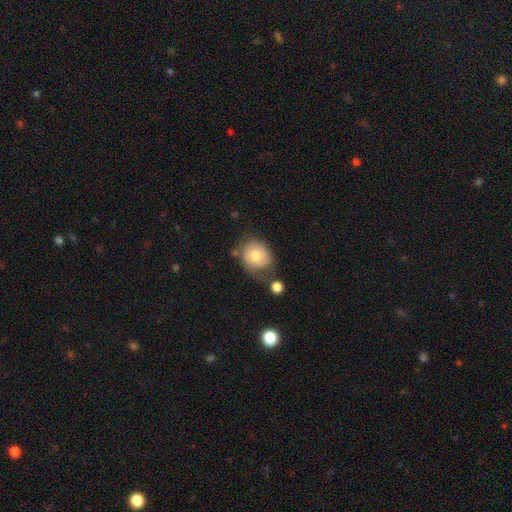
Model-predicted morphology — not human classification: A smooth galaxy with no disk features (70%) that is round (69%).

Vote fractions:
- Smooth or featured? smooth: 70% / featured or disk: 22% / star or artifact: 8%
- How rounded? round: 69% / in between: 30% / cigar-shaped: 1%
- Merging? none: 52% / minor disturbance: 27% / major disturbance: 11% / merger: 10%